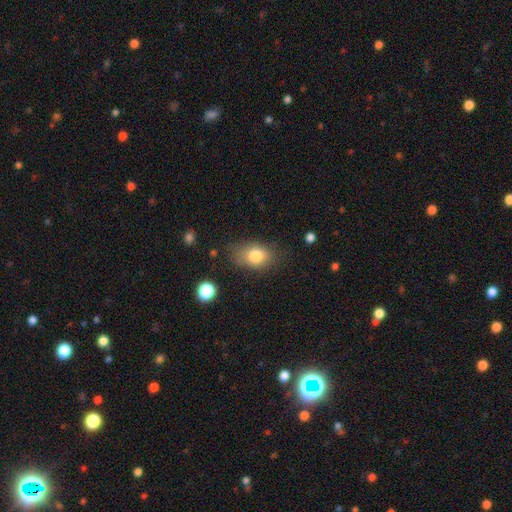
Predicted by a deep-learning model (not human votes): Q: Smooth or featured?
A: smooth (79%); runner-up: featured or disk (10%)
Q: How rounded?
A: in between (72%); runner-up: round (26%)
Q: Merging?
A: none (68%); runner-up: minor disturbance (22%)